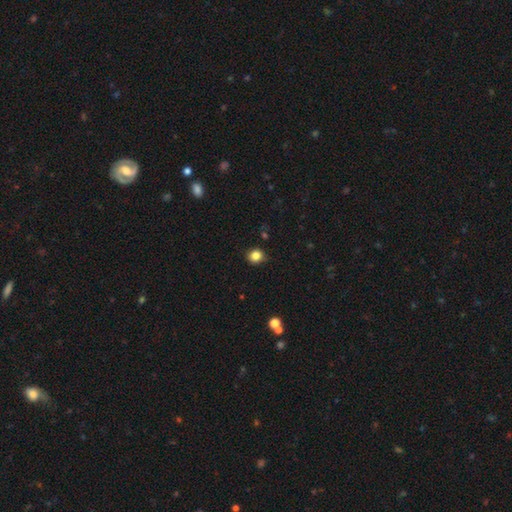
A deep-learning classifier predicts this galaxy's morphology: smooth 83%, star or artifact 12%, featured or disk 5%. Down the decision tree: how rounded — round (85%); merging — none (84%).